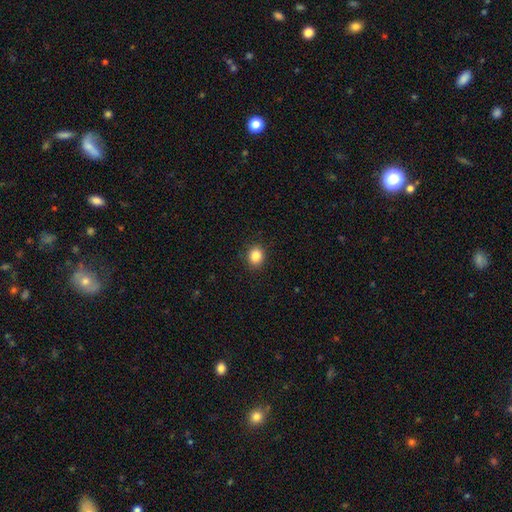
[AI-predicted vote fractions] Smooth or featured? Predicted: smooth (p=0.85). How rounded? Predicted: round (p=0.72). Merging? Predicted: none (p=0.91).